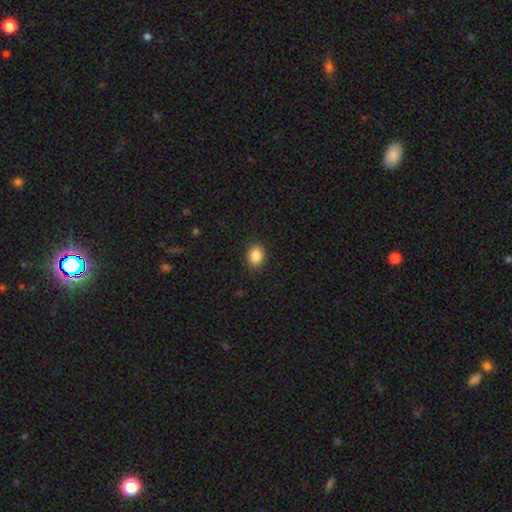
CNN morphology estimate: Q: Smooth or featured?
A: smooth (86%); runner-up: star or artifact (9%)
Q: How rounded?
A: in between (51%); runner-up: round (48%)
Q: Merging?
A: none (88%); runner-up: minor disturbance (8%)